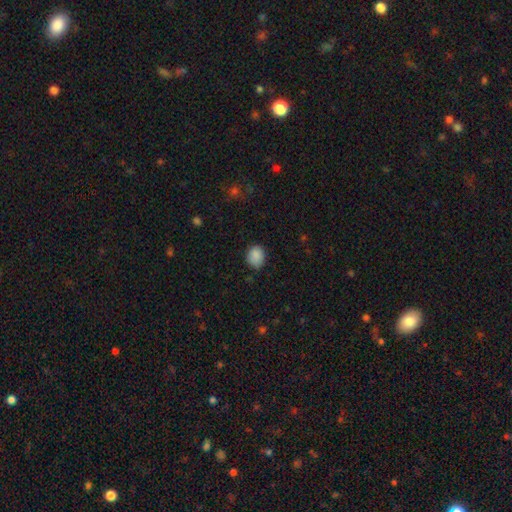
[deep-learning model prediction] A smooth galaxy with no disk features (88%) that is round (59%).

Vote fractions:
- Smooth or featured? smooth: 88% / star or artifact: 9% / featured or disk: 4%
- How rounded? round: 59% / in between: 40% / cigar-shaped: 1%
- Merging? none: 77% / minor disturbance: 18% / major disturbance: 3% / merger: 1%